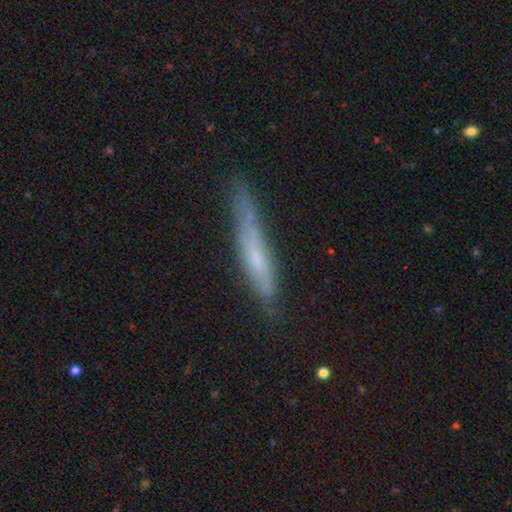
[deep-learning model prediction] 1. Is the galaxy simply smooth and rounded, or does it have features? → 48% smooth, 43% featured or disk, 9% star or artifact.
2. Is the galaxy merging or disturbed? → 64% none, 26% minor disturbance, 7% major disturbance, 3% merger.